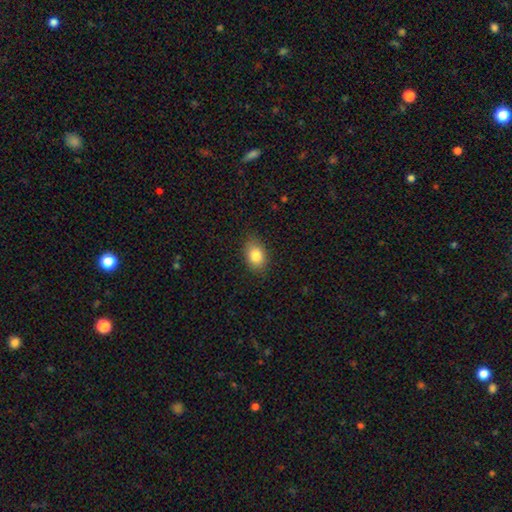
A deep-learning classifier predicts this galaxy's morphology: smooth_or_featured: smooth (p=0.84) [alt: star or artifact p=0.09]
how_rounded: in between (p=0.77) [alt: round p=0.22]
merging: none (p=0.85) [alt: minor disturbance p=0.12]